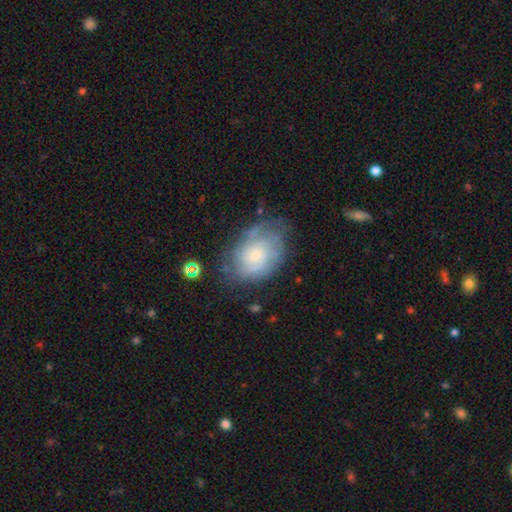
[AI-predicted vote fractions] Smooth or featured?
  - featured or disk: 68% *
  - smooth: 24%
  - star or artifact: 8%
Edge-on disk?
  - no: 97% *
  - yes: 3%
Bar?
  - no: 75% *
  - weak: 22%
  - strong: 3%
Spiral arms?
  - yes: 86% *
  - no: 14%
Spiral winding?
  - tight: 63% *
  - medium: 28%
  - loose: 9%
Spiral arm count?
  - can't tell: 51% *
  - 2: 22%
  - 3: 11%
  - 4: 7%
  - 1: 5%
  - more than 4: 4%
Bulge size?
  - small: 71% *
  - moderate: 22%
  - none: 4%
  - large: 2%
  - dominant: 1%
Merging?
  - none: 62% *
  - minor disturbance: 24%
  - major disturbance: 11%
  - merger: 2%